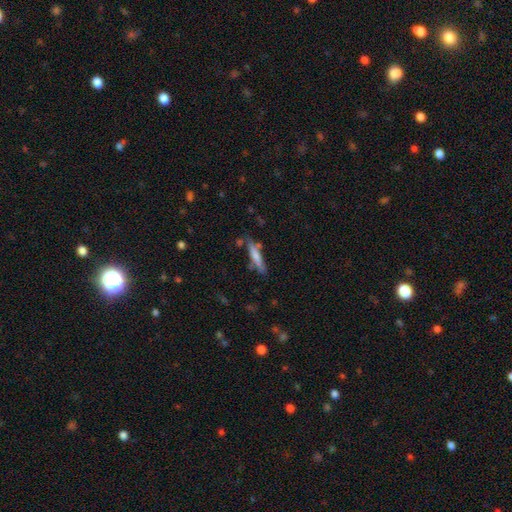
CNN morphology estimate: smooth_or_featured: smooth (p=0.62) [alt: featured or disk p=0.31]
how_rounded: cigar-shaped (p=0.88) [alt: in between p=0.10]
merging: none (p=0.70) [alt: minor disturbance p=0.18]